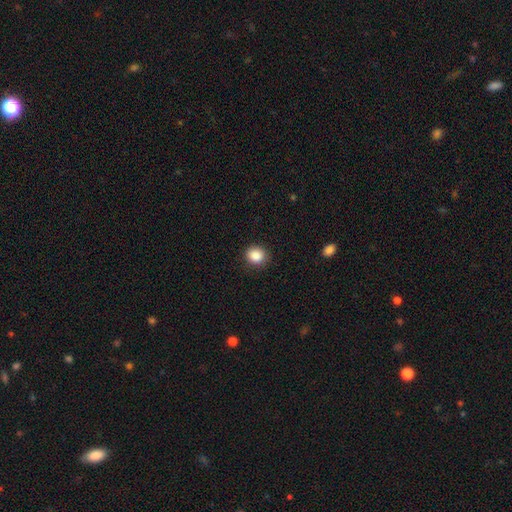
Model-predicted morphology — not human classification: This appears to be a smooth galaxy with no disk features (88%) that is round (74%). Merging: none (87%).